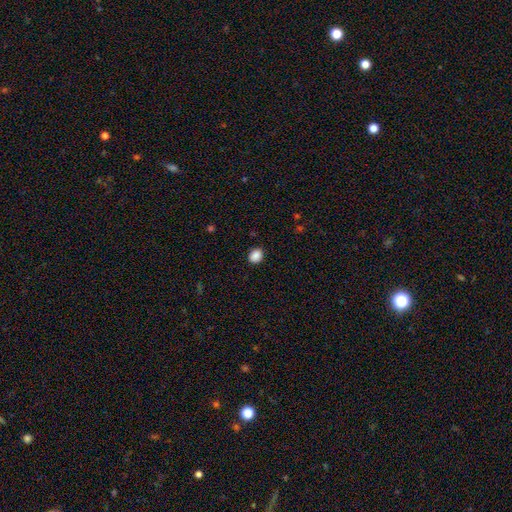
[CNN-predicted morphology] The model was most divided on "how rounded": round: 58%, in between: 41%, cigar-shaped: 1%. More confident: merging — none (90%); smooth or featured — smooth (88%).